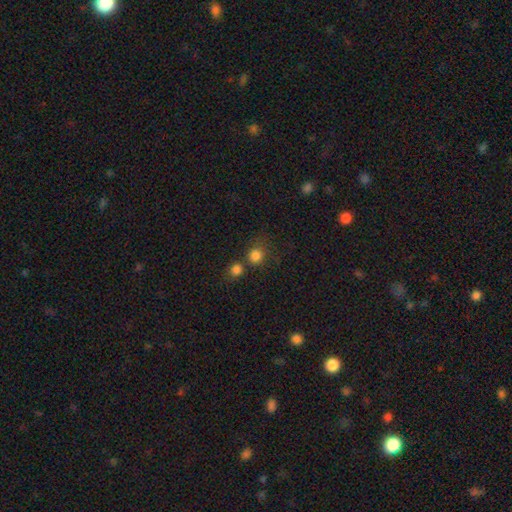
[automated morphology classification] smooth 81%, star or artifact 14%, featured or disk 6%. Down the decision tree: how rounded — round (88%); merging — none (58%).